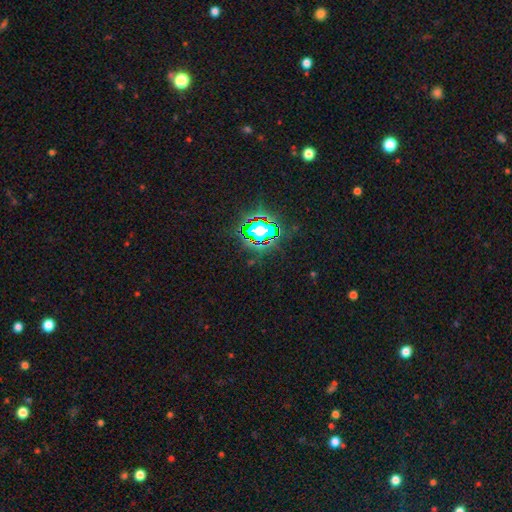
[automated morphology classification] This is likely a star or artifact rather than a galaxy (80%).